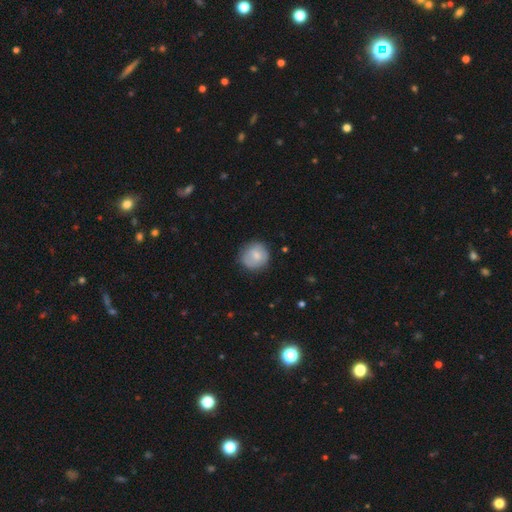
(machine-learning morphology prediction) smooth-or-featured: smooth: 74% | featured or disk: 19% | star or artifact: 7%
  how-rounded: round: 90% | in between: 9% | cigar-shaped: 1%
  merging: none: 77% | minor disturbance: 17% | major disturbance: 4% | merger: 1%